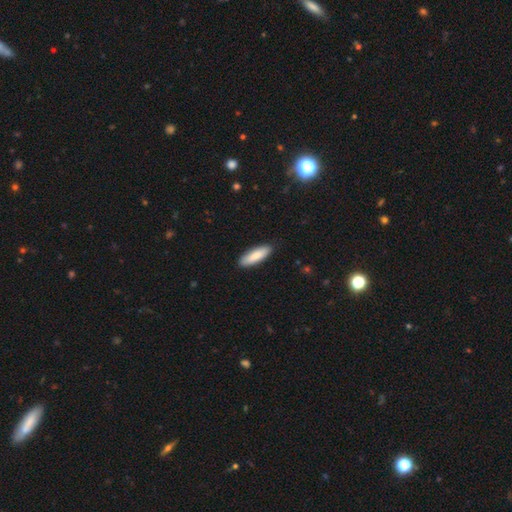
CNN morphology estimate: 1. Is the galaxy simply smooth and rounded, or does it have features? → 84% smooth, 11% featured or disk, 5% star or artifact.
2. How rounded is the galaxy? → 54% in between, 45% cigar-shaped, 1% round.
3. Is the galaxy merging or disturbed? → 89% none, 9% minor disturbance, 2% major disturbance, 1% merger.